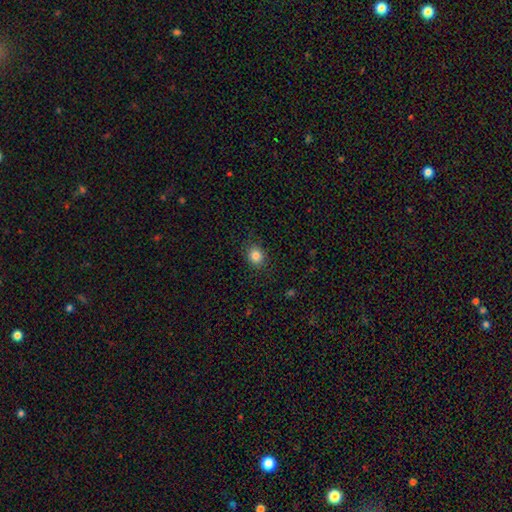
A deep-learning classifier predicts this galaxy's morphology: This appears to be a smooth galaxy with no disk features (84%) that is round (69%). Merging: none (87%).